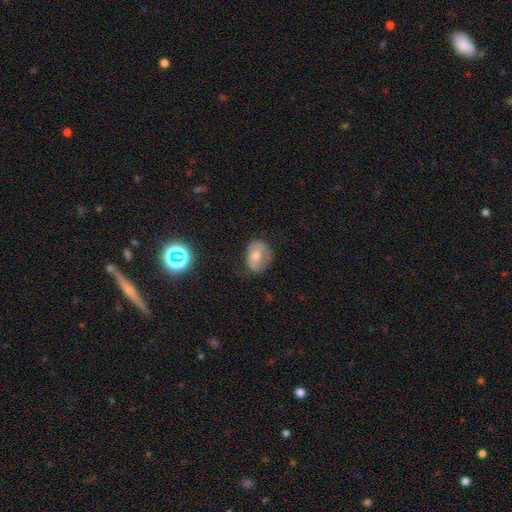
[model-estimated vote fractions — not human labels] Morphology: type=smooth (60%); roundness=in between (59%); merging=none (57%).